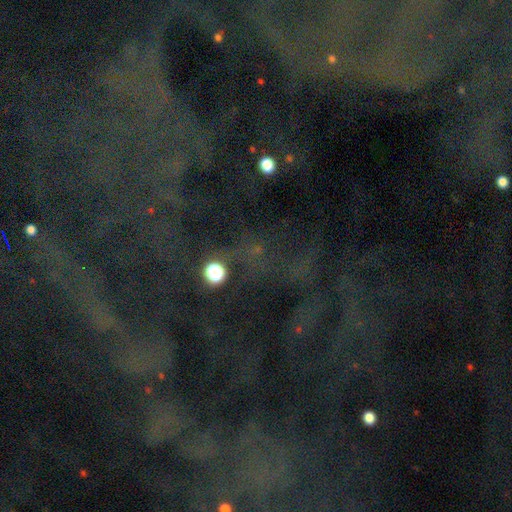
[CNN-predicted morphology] This is likely a star or artifact rather than a galaxy (75%).